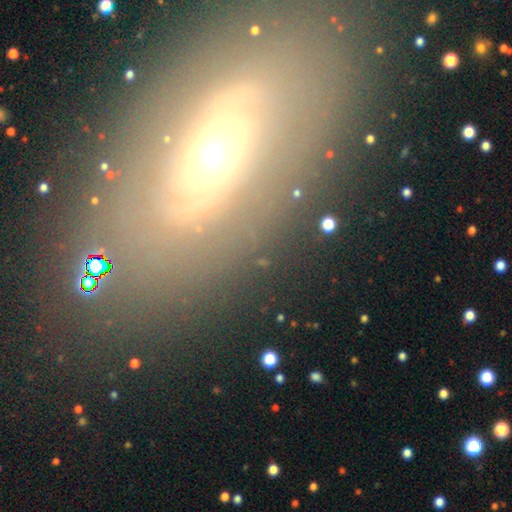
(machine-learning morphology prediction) A featured or disk galaxy (60%) with no bar (59%), spiral arms (59%) and a moderate central bulge (65%). Merging: none (81%).